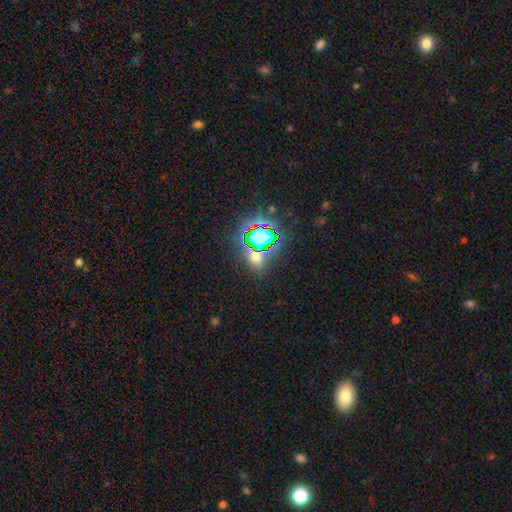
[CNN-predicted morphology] A star or artifact, not a galaxy (57%).